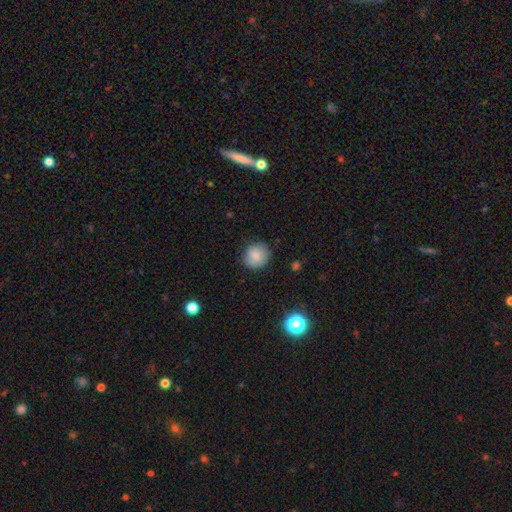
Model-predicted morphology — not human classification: smooth-or-featured: smooth: 82% | featured or disk: 9% | star or artifact: 8%
  how-rounded: round: 85% | in between: 14% | cigar-shaped: 1%
  merging: none: 81% | minor disturbance: 15% | major disturbance: 3% | merger: 1%